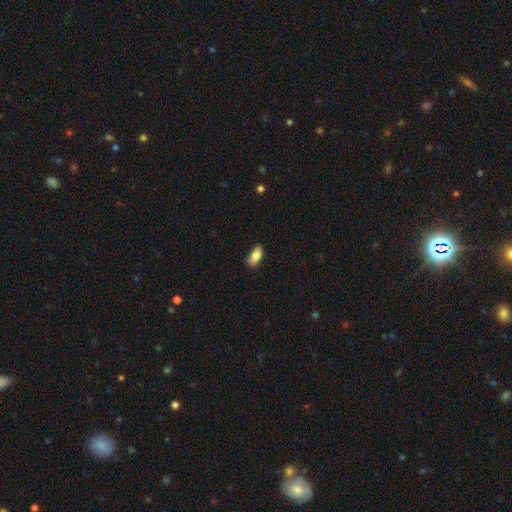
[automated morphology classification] smooth-or-featured: smooth: 83% | featured or disk: 10% | star or artifact: 7%
  how-rounded: in between: 88% | cigar-shaped: 9% | round: 3%
  merging: none: 68% | minor disturbance: 26% | major disturbance: 5% | merger: 2%